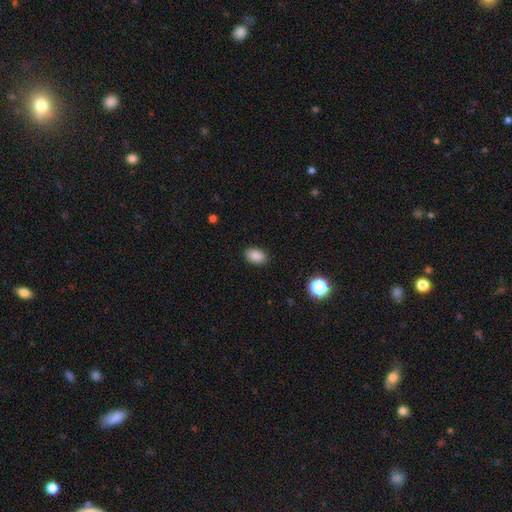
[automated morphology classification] smooth_or_featured: smooth (p=0.87) [alt: star or artifact p=0.09]
how_rounded: in between (p=0.86) [alt: round p=0.12]
merging: none (p=0.86) [alt: minor disturbance p=0.10]